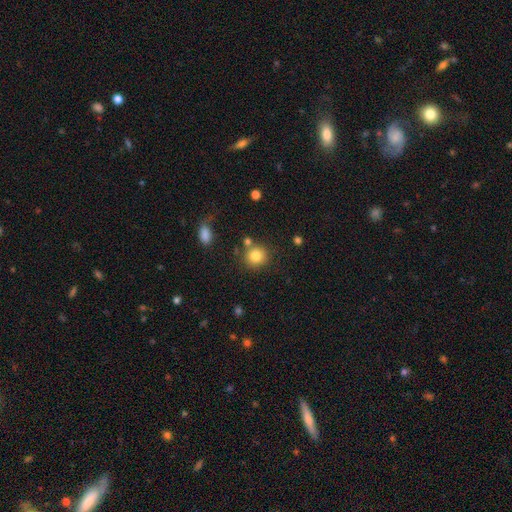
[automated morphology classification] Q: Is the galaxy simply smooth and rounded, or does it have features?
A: smooth — 82%.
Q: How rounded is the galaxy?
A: round — 87%.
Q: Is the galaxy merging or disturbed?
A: none — 77%.